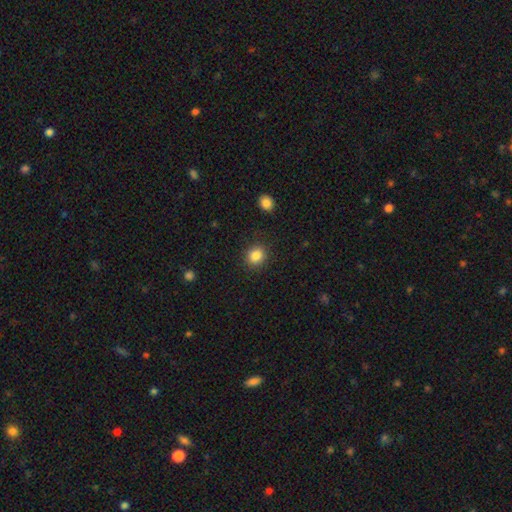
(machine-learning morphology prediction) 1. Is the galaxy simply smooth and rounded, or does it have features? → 86% smooth, 10% star or artifact, 4% featured or disk.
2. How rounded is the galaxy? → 78% round, 21% in between, 1% cigar-shaped.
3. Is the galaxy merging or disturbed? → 89% none, 7% minor disturbance, 2% major disturbance, 1% merger.